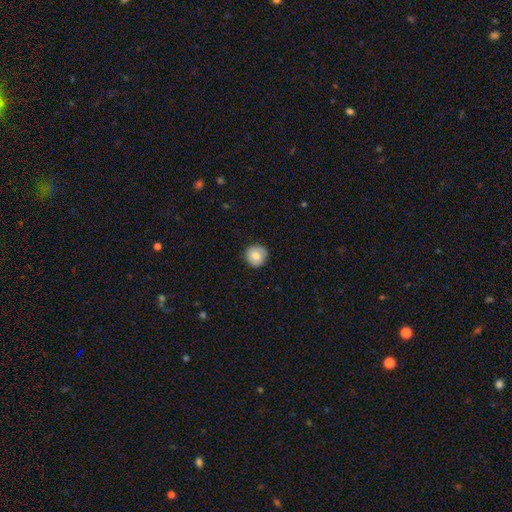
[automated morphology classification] This is likely a smooth galaxy (78%). How rounded: clearly round (93%). Merging: clearly none (83%).